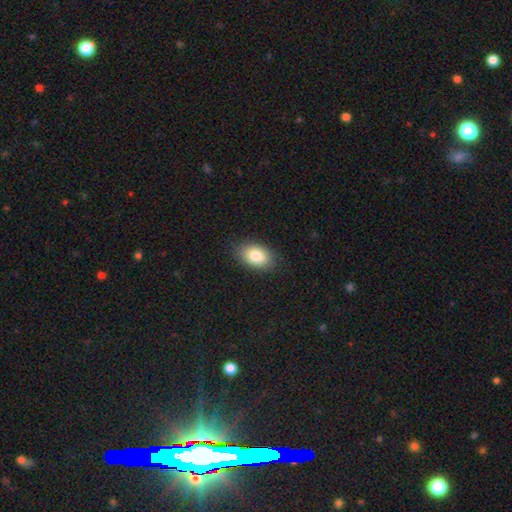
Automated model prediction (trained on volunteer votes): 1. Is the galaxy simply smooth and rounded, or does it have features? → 83% smooth, 10% featured or disk, 8% star or artifact.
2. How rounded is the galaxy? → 87% in between, 11% round, 1% cigar-shaped.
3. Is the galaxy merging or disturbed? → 87% none, 10% minor disturbance, 2% major disturbance, 1% merger.